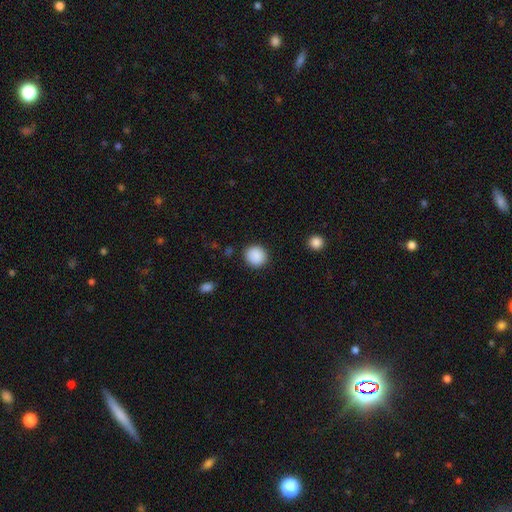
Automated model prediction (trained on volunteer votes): Overall: smooth (89%). How rounded: round (87%). Merging: none (89%).